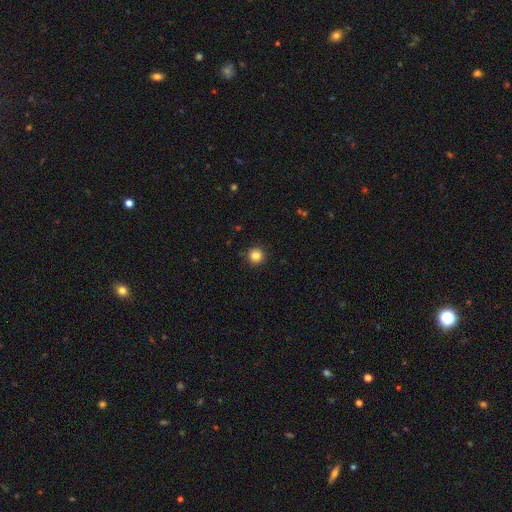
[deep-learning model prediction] Q: Smooth or featured?
A: smooth (84%); runner-up: star or artifact (11%)
Q: How rounded?
A: round (95%); runner-up: in between (4%)
Q: Merging?
A: none (91%); runner-up: minor disturbance (6%)